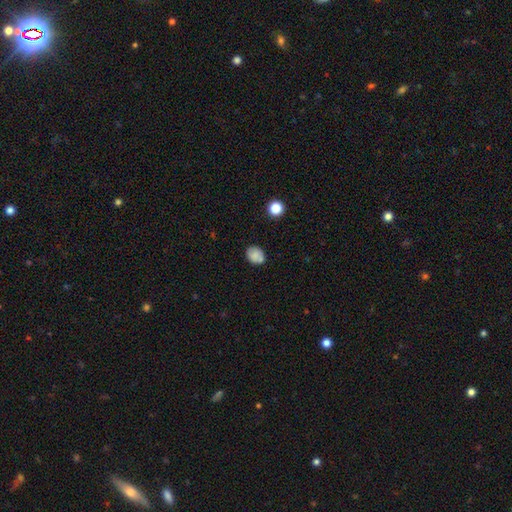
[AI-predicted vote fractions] This is clearly a smooth galaxy (81%). How rounded: possibly round (50%). Merging: likely none (68%).